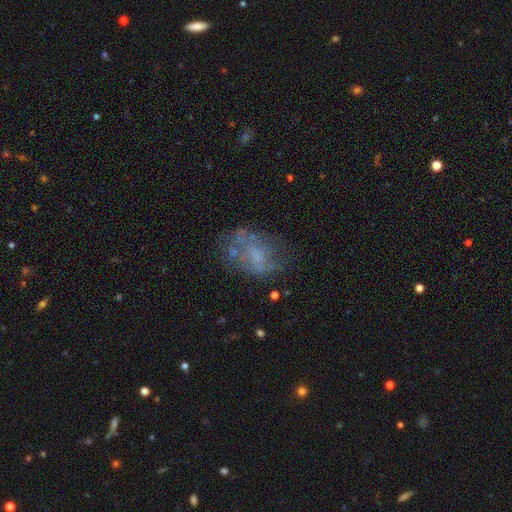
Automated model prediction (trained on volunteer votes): A featured or disk galaxy (49%). Merging: none (46%).